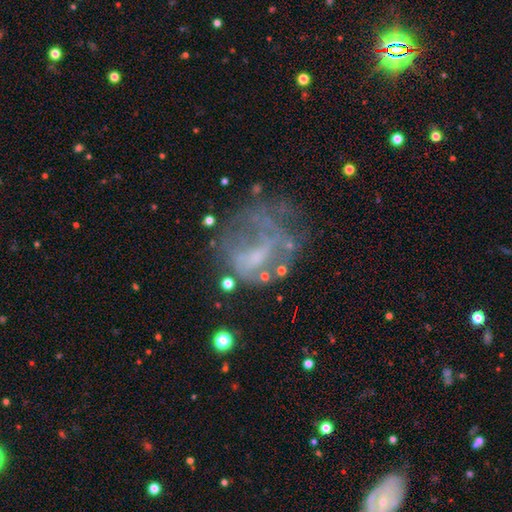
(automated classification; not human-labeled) This is possibly a featured or disk galaxy (58%). It is clearly not viewed edge-on (97%). Bar: likely no (70%). Spiral arm pattern: likely no (76%). Central bulge: possibly none (52%). Merging: marginally none (39%).